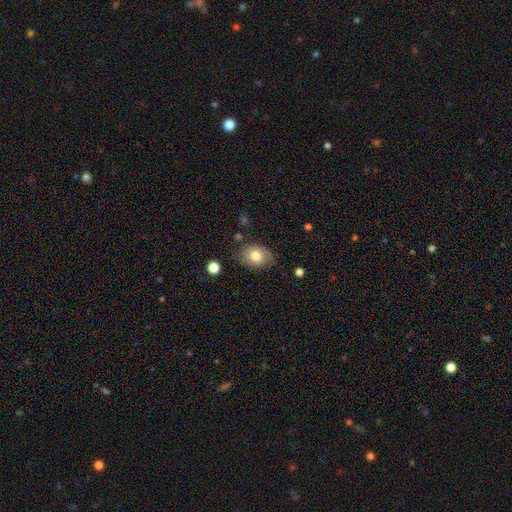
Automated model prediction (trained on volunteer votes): A smooth galaxy with no disk features (74%) that is in between round and cigar-shaped (70%).

Vote fractions:
- Smooth or featured? smooth: 74% / featured or disk: 17% / star or artifact: 8%
- How rounded? in between: 70% / round: 29% / cigar-shaped: 1%
- Merging? none: 69% / minor disturbance: 23% / major disturbance: 6% / merger: 2%